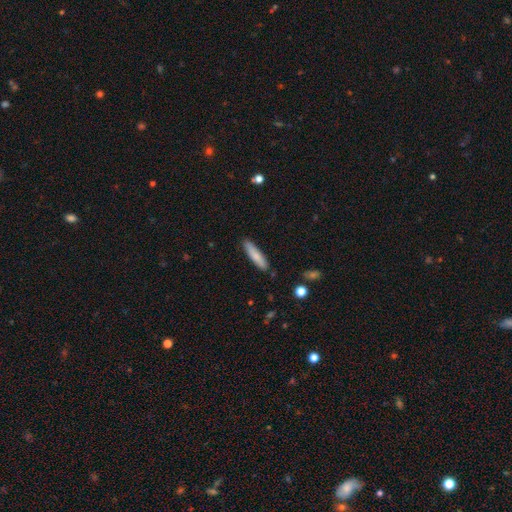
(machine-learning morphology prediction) Overall: smooth (80%). How rounded: cigar-shaped (82%). Merging: none (87%).